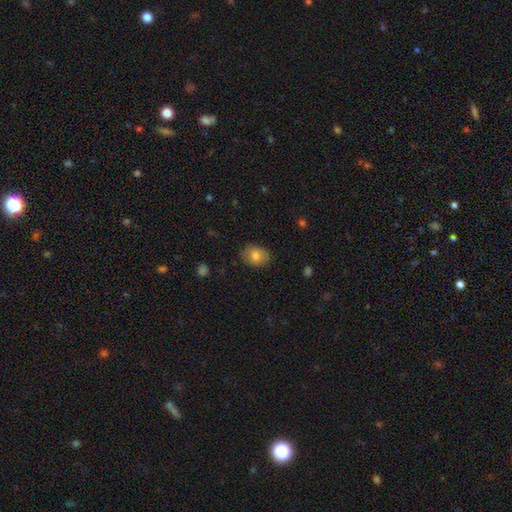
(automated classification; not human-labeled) smooth_or_featured: smooth (p=0.80) [alt: featured or disk p=0.11]
how_rounded: in between (p=0.57) [alt: round p=0.42]
merging: none (p=0.83) [alt: minor disturbance p=0.13]